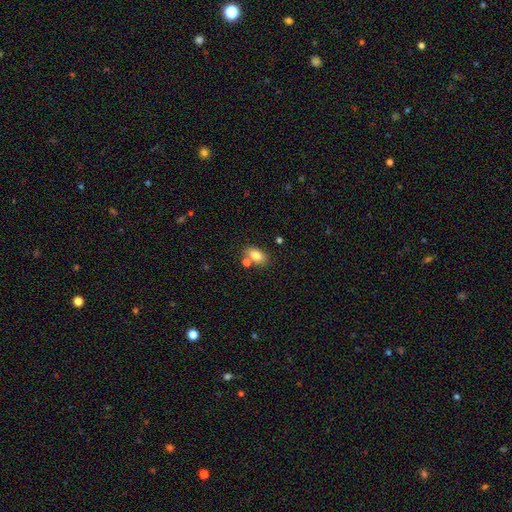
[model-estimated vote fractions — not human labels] Overall: smooth (81%). How rounded: in between (87%). Merging: none (66%).